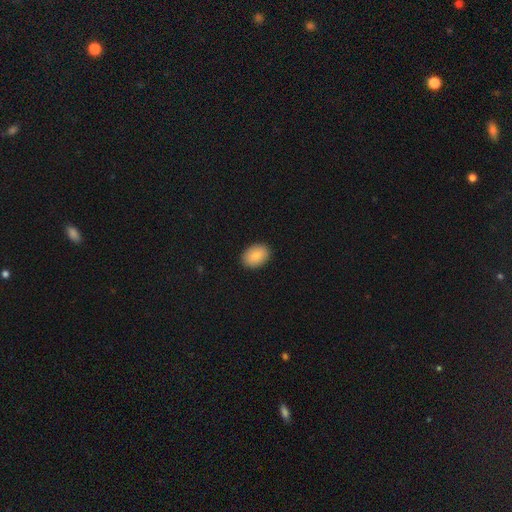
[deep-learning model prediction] Q: Smooth or featured?
A: smooth (82%); runner-up: featured or disk (10%)
Q: How rounded?
A: in between (77%); runner-up: round (22%)
Q: Merging?
A: none (91%); runner-up: minor disturbance (6%)